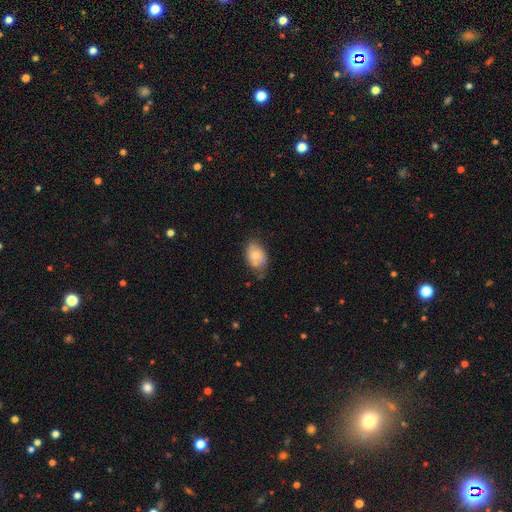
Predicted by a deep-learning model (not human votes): smooth 50%, featured or disk 42%, star or artifact 8%. Down the decision tree: how rounded — in between (86%); merging — none (53%).